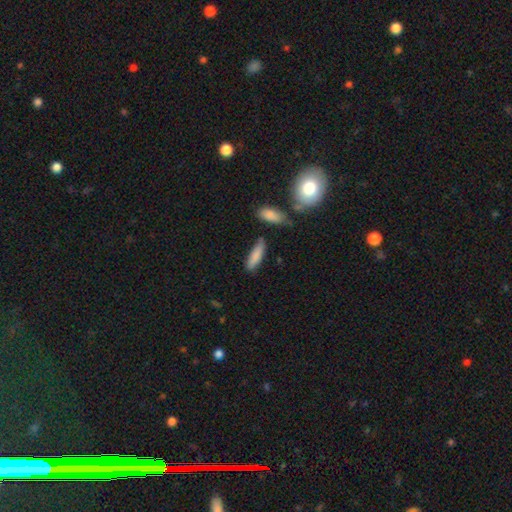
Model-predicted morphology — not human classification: A smooth galaxy with no disk features (84%) that is cigar-shaped (60%).

Vote fractions:
- Smooth or featured? smooth: 84% / featured or disk: 9% / star or artifact: 7%
- How rounded? cigar-shaped: 60% / in between: 38% / round: 2%
- Merging? none: 74% / minor disturbance: 17% / merger: 6% / major disturbance: 4%